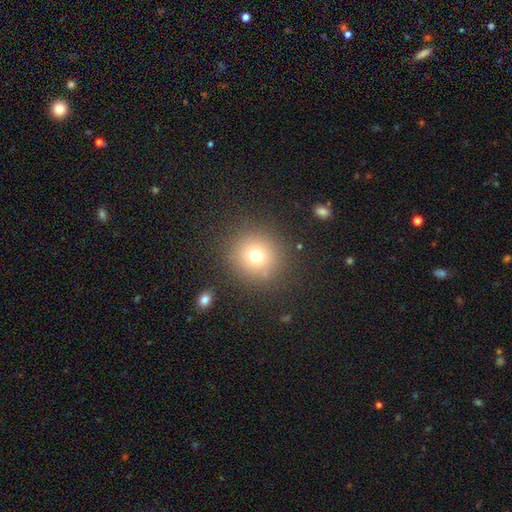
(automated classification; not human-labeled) Smooth or featured: smooth — 73% (star or artifact — 16%)
How rounded: round — 92% (in between — 7%)
Merging: none — 86% (minor disturbance — 8%)